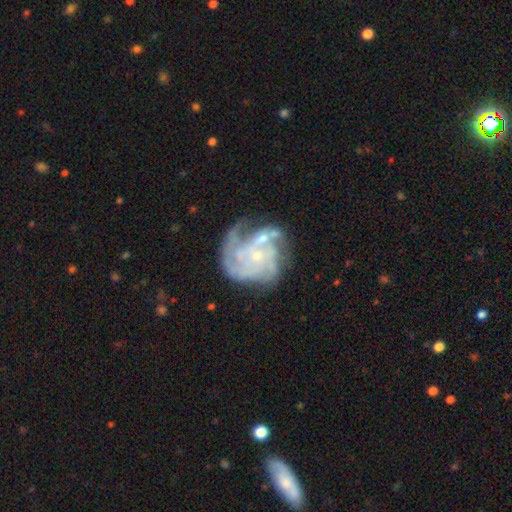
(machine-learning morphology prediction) Overall: featured or disk (84%). Edge-on disk: no (98%). Bar: no (75%). Spiral arms: yes (92%). Spiral arm count: 3 (30%; 4 24%). Spiral winding: tight (56%; medium 34%). Bulge size: small (72%). Merging: none (46%; major disturbance 20%).